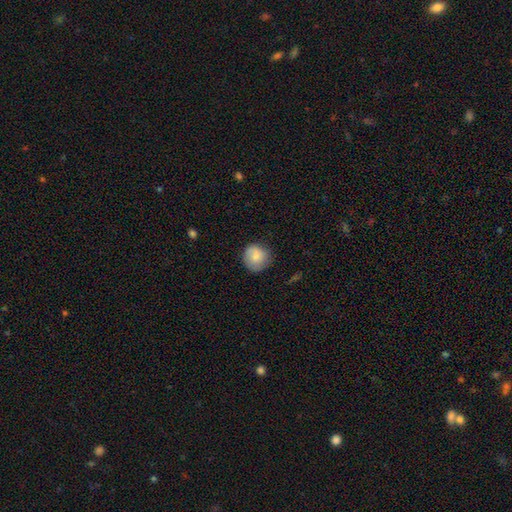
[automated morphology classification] This appears to be a smooth galaxy with no disk features (77%) that is round (89%). Merging: none (73%).